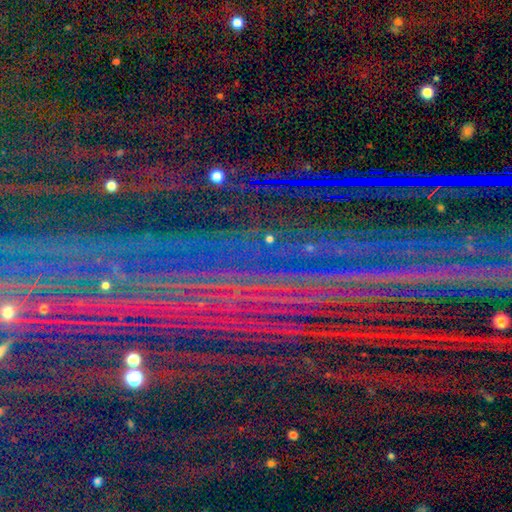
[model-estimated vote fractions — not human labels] This is clearly a star or artifact rather than a galaxy (88%).